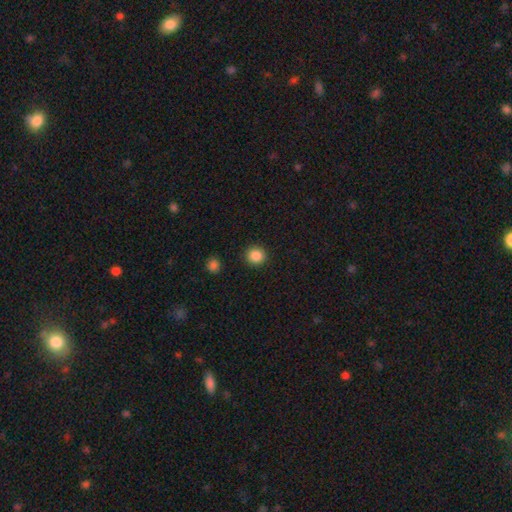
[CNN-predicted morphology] smooth-or-featured: smooth: 87% | star or artifact: 10% | featured or disk: 3%
  how-rounded: round: 89% | in between: 10% | cigar-shaped: 1%
  merging: none: 91% | minor disturbance: 5% | major disturbance: 2% | merger: 1%